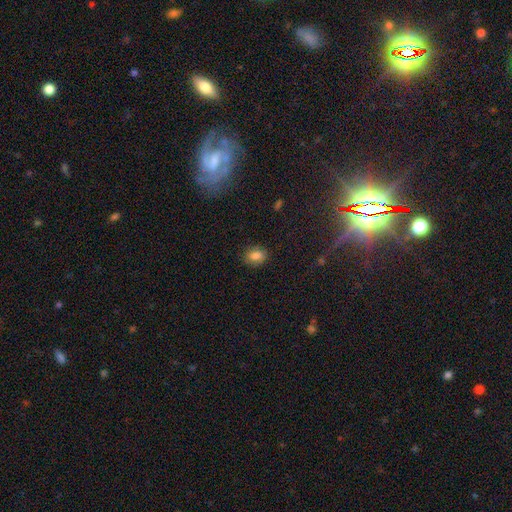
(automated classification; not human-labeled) smooth-or-featured: smooth: 82% | star or artifact: 11% | featured or disk: 7%
  how-rounded: in between: 64% | round: 34% | cigar-shaped: 2%
  merging: none: 84% | minor disturbance: 12% | major disturbance: 3% | merger: 1%